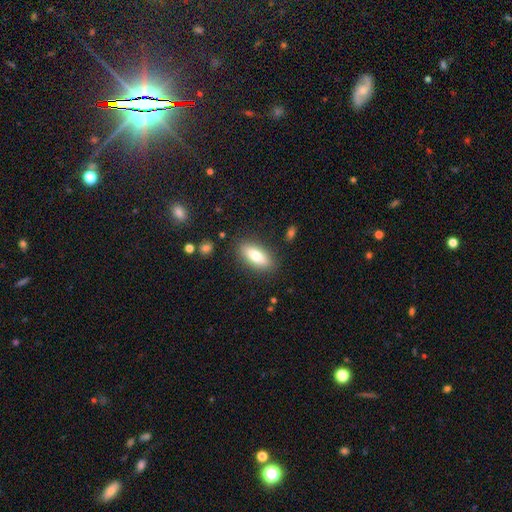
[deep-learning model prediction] A smooth galaxy with no disk features (76%) that is in between round and cigar-shaped (73%).

Vote fractions:
- Smooth or featured? smooth: 76% / featured or disk: 18% / star or artifact: 7%
- How rounded? in between: 73% / cigar-shaped: 24% / round: 2%
- Merging? none: 86% / minor disturbance: 10% / major disturbance: 3% / merger: 2%